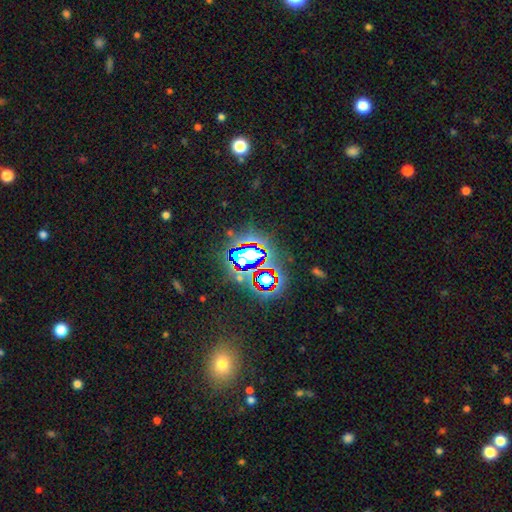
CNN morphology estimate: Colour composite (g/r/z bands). It shows a star or artifact, not a galaxy (73%).